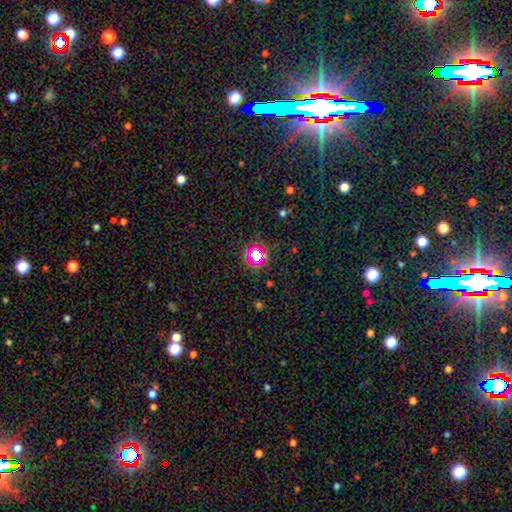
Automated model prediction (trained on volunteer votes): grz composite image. It shows a star or artifact, not a galaxy (68%).